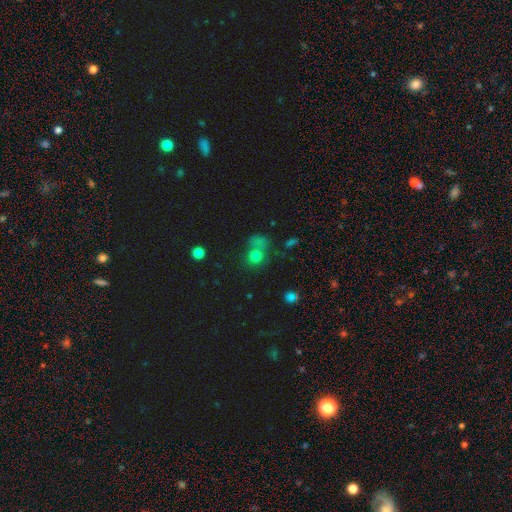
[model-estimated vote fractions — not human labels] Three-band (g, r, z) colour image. It shows a smooth galaxy with no disk features (72%) that is round (75%). Merging: none (44%).